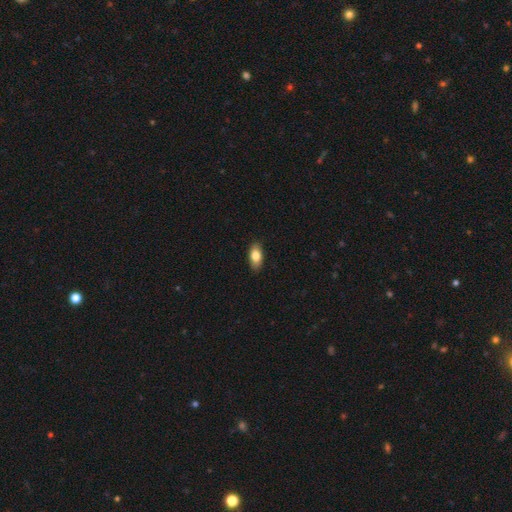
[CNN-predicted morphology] Smooth or featured: smooth — 81% (featured or disk — 12%)
How rounded: in between — 89% (cigar-shaped — 7%)
Merging: none — 88% (minor disturbance — 9%)